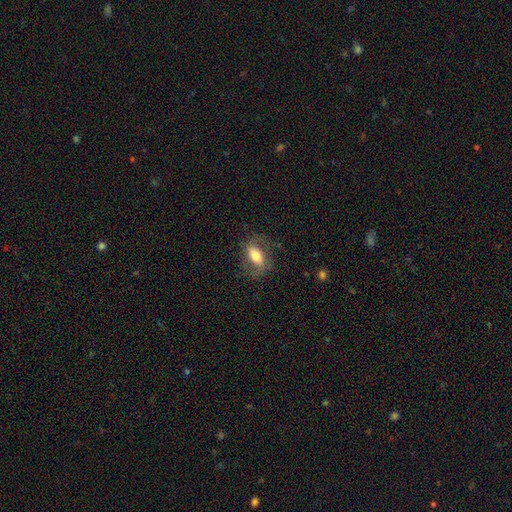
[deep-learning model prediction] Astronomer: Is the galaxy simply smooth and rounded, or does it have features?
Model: smooth — 53% (runner-up: featured or disk, 40%).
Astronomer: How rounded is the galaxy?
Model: in between — 84%.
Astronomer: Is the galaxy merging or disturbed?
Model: none — 70%.